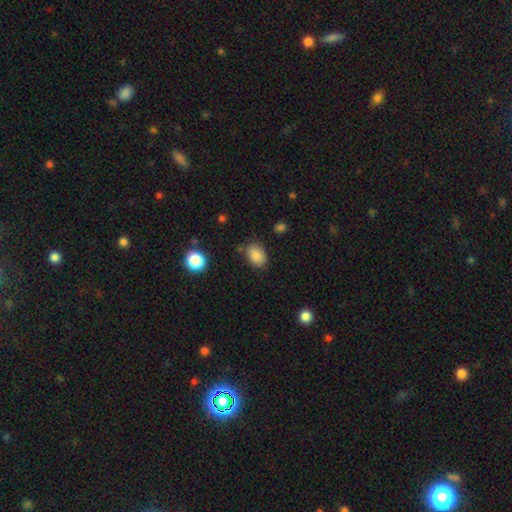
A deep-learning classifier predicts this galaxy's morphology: The model was most divided on "how rounded": in between: 80%, round: 19%, cigar-shaped: 1%. More confident: smooth or featured — smooth (86%); merging — none (78%).